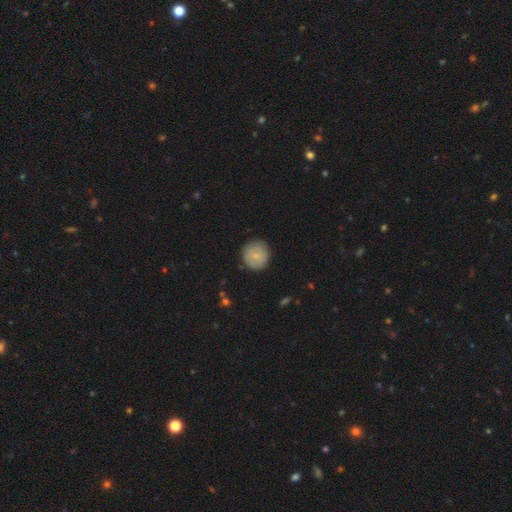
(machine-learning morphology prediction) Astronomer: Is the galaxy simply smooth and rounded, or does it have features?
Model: smooth — 72%.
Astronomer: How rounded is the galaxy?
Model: round — 89%.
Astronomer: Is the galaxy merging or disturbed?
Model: none — 83%.